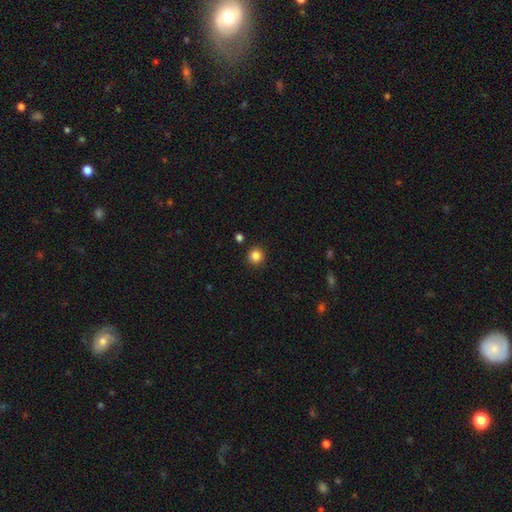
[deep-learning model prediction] This appears to be a smooth galaxy with no disk features (85%) that is round (93%). Merging: none (90%).